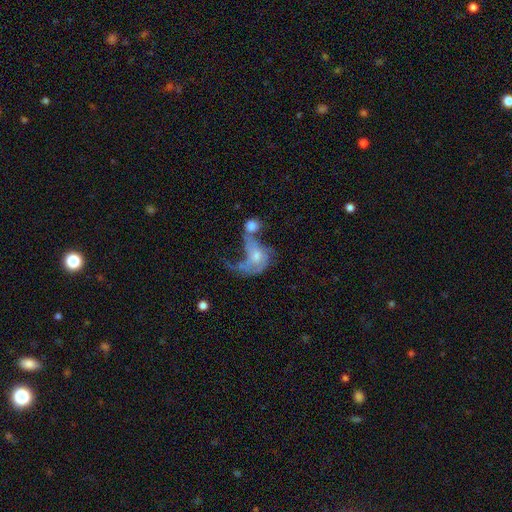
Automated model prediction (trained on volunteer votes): This appears to be a featured or disk galaxy (66%) with no bar (70%), spiral arms (72%) and a moderate central bulge (48%). Merging: merger (46%).